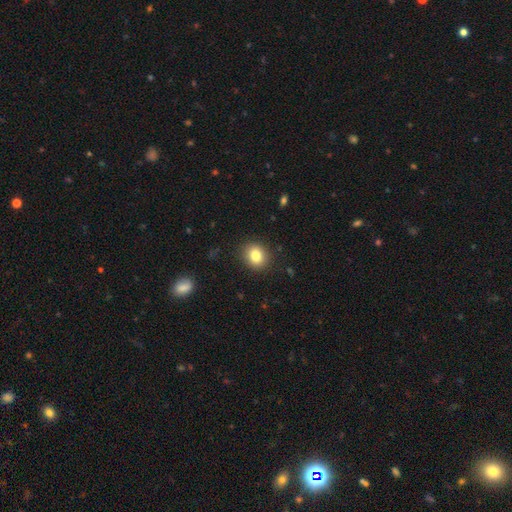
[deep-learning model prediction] Smooth or featured?
  - smooth: 82% *
  - star or artifact: 10%
  - featured or disk: 8%
How rounded?
  - round: 66% *
  - in between: 33%
  - cigar-shaped: 1%
Merging?
  - none: 89% *
  - minor disturbance: 8%
  - major disturbance: 2%
  - merger: 1%